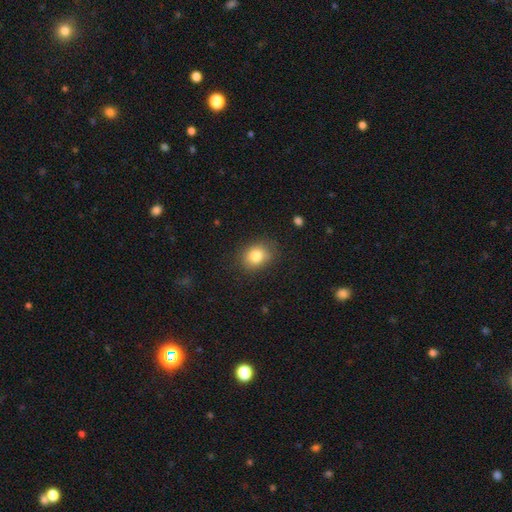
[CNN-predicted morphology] Q: Smooth or featured?
A: smooth (81%); runner-up: star or artifact (10%)
Q: How rounded?
A: round (51%); runner-up: in between (48%)
Q: Merging?
A: none (81%); runner-up: minor disturbance (14%)